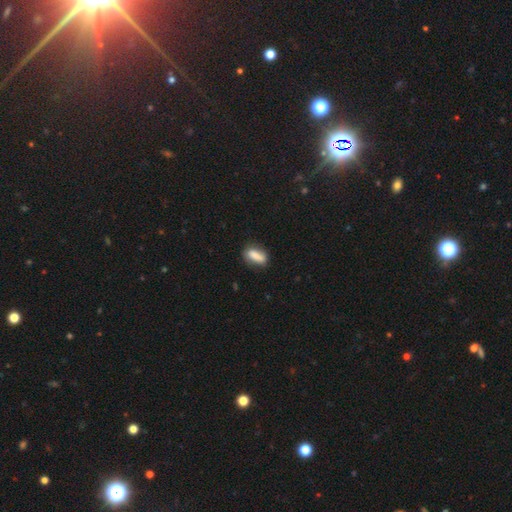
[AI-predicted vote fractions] A smooth galaxy with no disk features (82%) that is in between round and cigar-shaped (70%). Merging: none (74%).